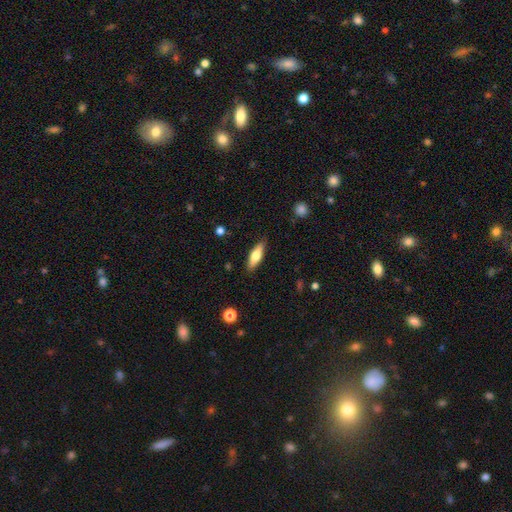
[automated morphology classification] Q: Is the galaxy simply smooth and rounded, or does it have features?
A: smooth — 61%.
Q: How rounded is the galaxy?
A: in between — 51%.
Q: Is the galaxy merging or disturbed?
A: none — 87%.